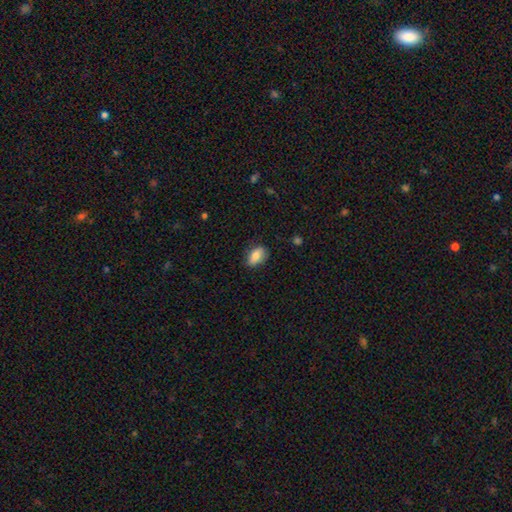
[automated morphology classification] Smooth or featured? Predicted: smooth (p=0.82). How rounded? Predicted: in between (p=0.89). Merging? Predicted: none (p=0.80).